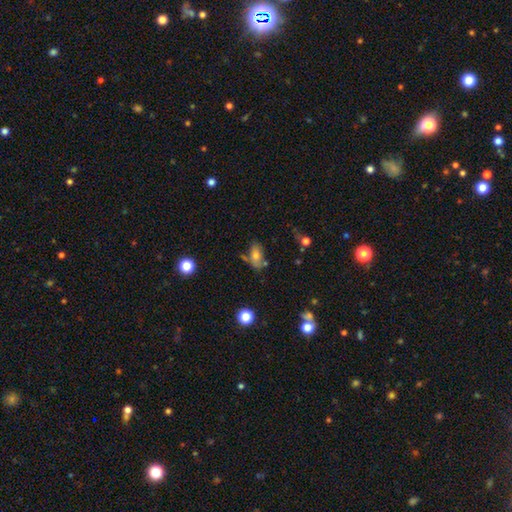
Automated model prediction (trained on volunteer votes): Morphology: type=smooth (70%); roundness=in between (86%); merging=none (56%).